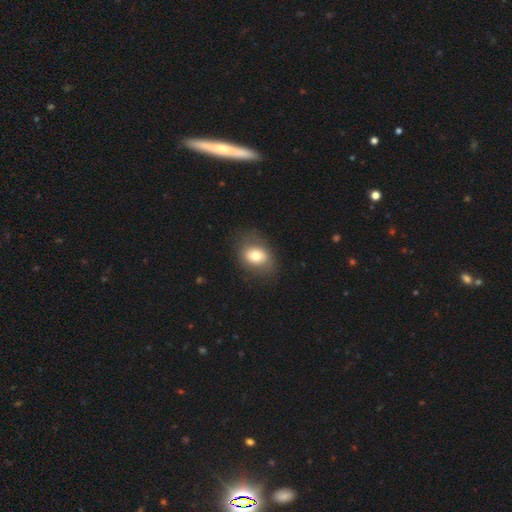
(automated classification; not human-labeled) Smooth or featured? smooth (72%)
How rounded? in between (64%)
Merging? none (74%)